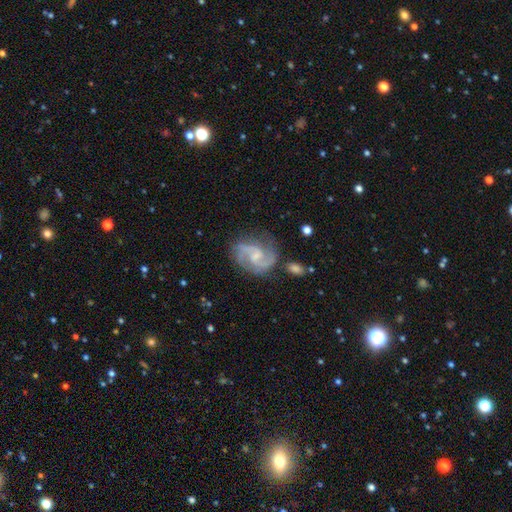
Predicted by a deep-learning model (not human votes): Smooth or featured: featured or disk — 89% (smooth — 6%)
Edge-on disk: no — 98% (yes — 2%)
Bar: weak — 51% (no — 38%)
Spiral arms: yes — 97% (no — 3%)
Spiral winding: medium — 57% (tight — 22%)
Spiral arm count: 2 — 86% (3 — 5%)
Bulge size: small — 50% (moderate — 29%)
Merging: none — 69% (minor disturbance — 19%)